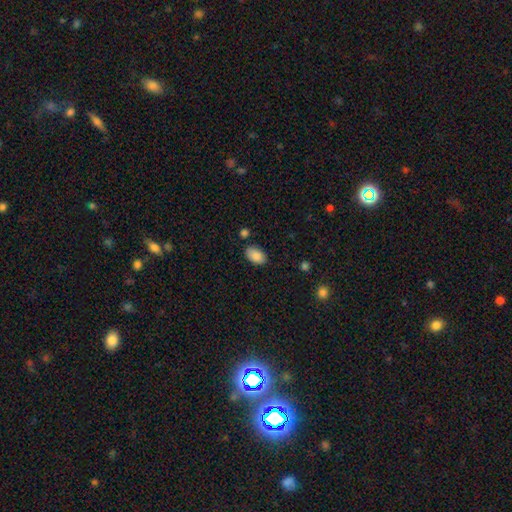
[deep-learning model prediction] Smooth or featured? Predicted: smooth (p=0.88). How rounded? Predicted: in between (p=0.91). Merging? Predicted: none (p=0.82).